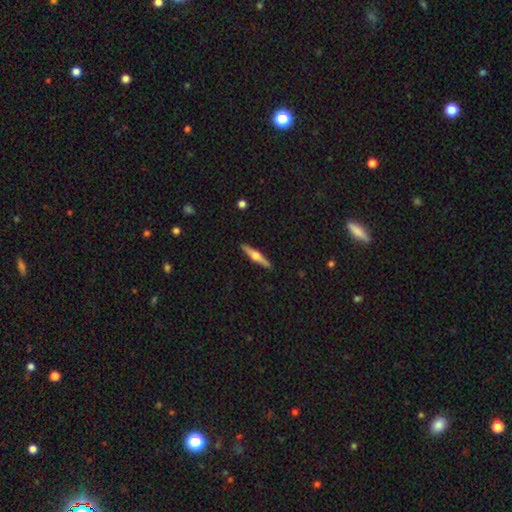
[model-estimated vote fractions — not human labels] smooth_or_featured: featured or disk (p=0.64) [alt: smooth p=0.30]
disk_edge_on: yes (p=0.97) [alt: no p=0.03]
edge_on_bulge: rounded (p=0.93) [alt: boxy p=0.04]
merging: none (p=0.91) [alt: minor disturbance p=0.06]